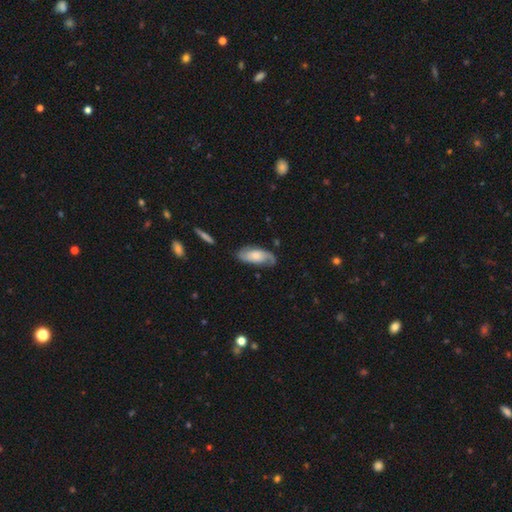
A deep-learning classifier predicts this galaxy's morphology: smooth-or-featured: featured or disk: 60% | smooth: 33% | star or artifact: 6%
  disk-edge-on: no: 91% | yes: 9%
    bar: no: 66% | weak: 28% | strong: 6%
    has-spiral-arms: yes: 91% | no: 9%
    bulge-size: moderate: 44% | small: 34% | large: 12% | none: 8% | dominant: 2%
  merging: none: 70% | minor disturbance: 20% | major disturbance: 7% | merger: 2%